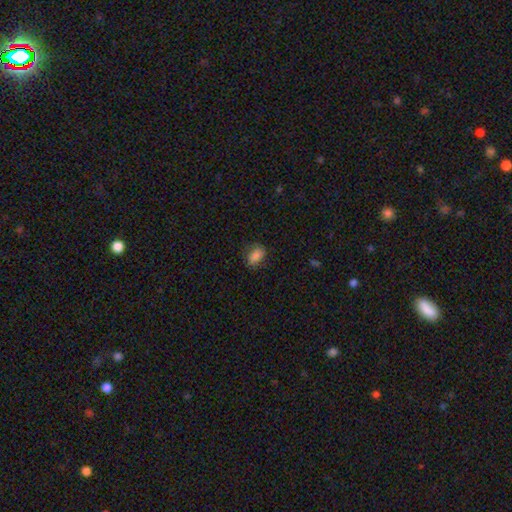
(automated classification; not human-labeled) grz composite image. It shows a smooth galaxy with no disk features (82%) that is in between round and cigar-shaped (81%). Merging: none (76%).